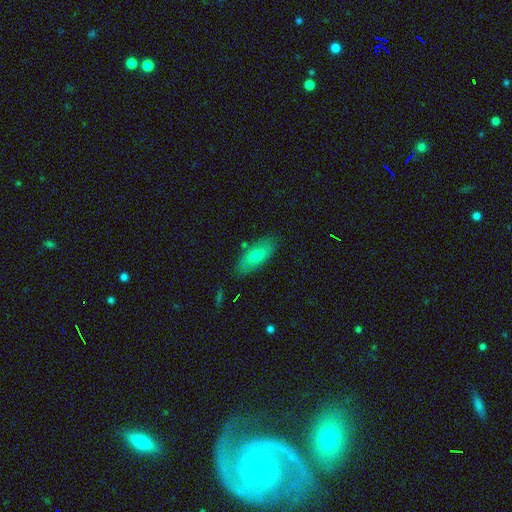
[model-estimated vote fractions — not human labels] The model was most divided on "smooth or featured": smooth: 71%, featured or disk: 22%, star or artifact: 7%. More confident: merging — none (81%); how rounded — in between (78%).